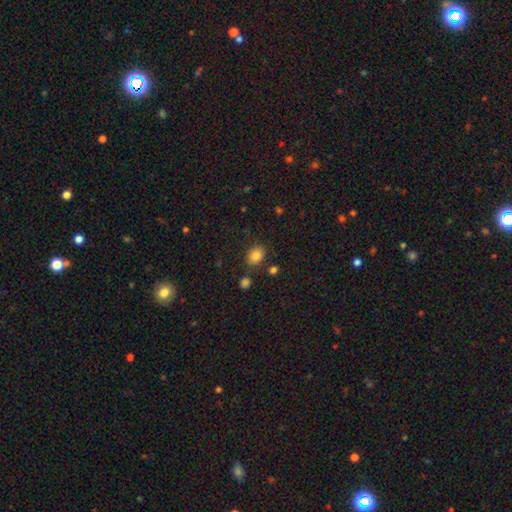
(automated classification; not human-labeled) The model was most divided on "how rounded": in between: 57%, round: 42%, cigar-shaped: 1%. More confident: smooth or featured — smooth (84%); merging — none (80%).